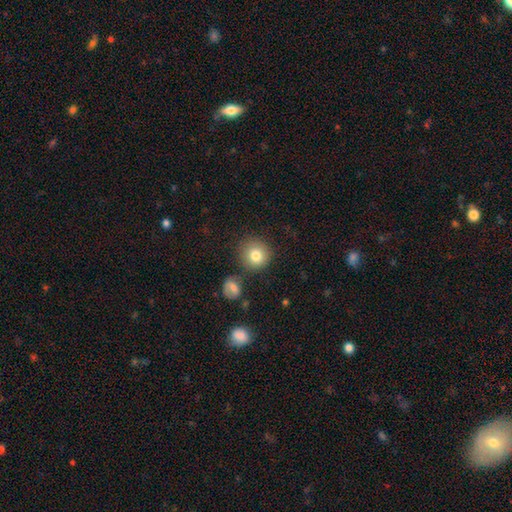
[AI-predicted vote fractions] Overall: smooth (80%). How rounded: round (91%). Merging: none (79%).